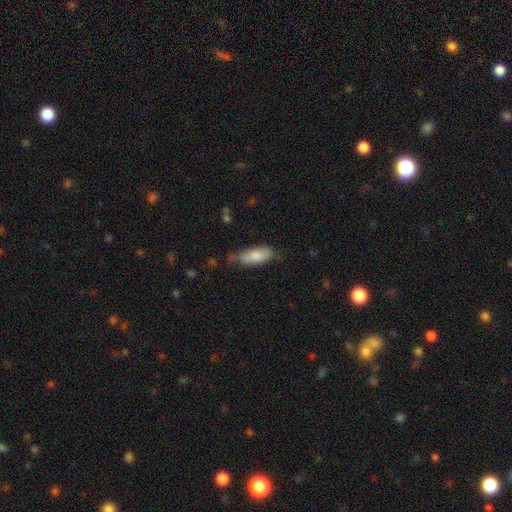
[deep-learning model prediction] Smooth or featured?
  - smooth: 78% *
  - featured or disk: 16%
  - star or artifact: 6%
How rounded?
  - in between: 77% *
  - cigar-shaped: 21%
  - round: 2%
Merging?
  - none: 59% *
  - minor disturbance: 31%
  - major disturbance: 7%
  - merger: 3%